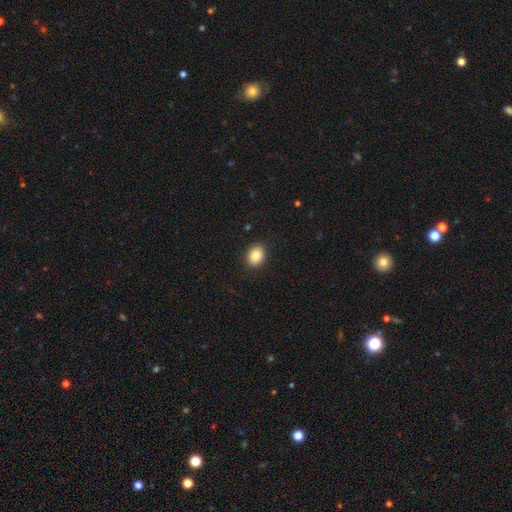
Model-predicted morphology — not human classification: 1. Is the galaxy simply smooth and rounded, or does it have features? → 83% smooth, 9% star or artifact, 8% featured or disk.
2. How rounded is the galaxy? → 50% in between, 49% round, 1% cigar-shaped.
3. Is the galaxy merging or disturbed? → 90% none, 7% minor disturbance, 2% major disturbance, 1% merger.